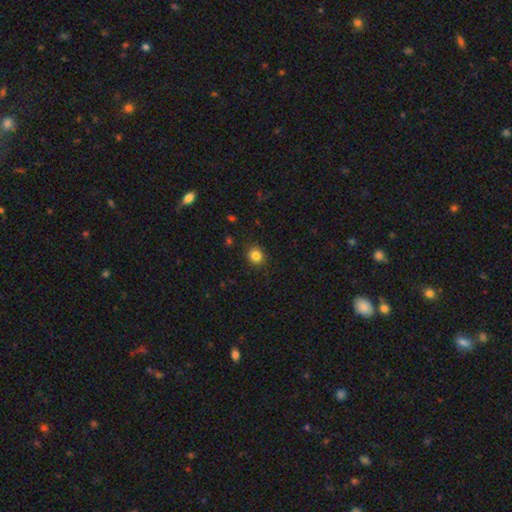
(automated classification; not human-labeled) A smooth galaxy with no disk features (84%) that is round (80%). Merging: none (89%).